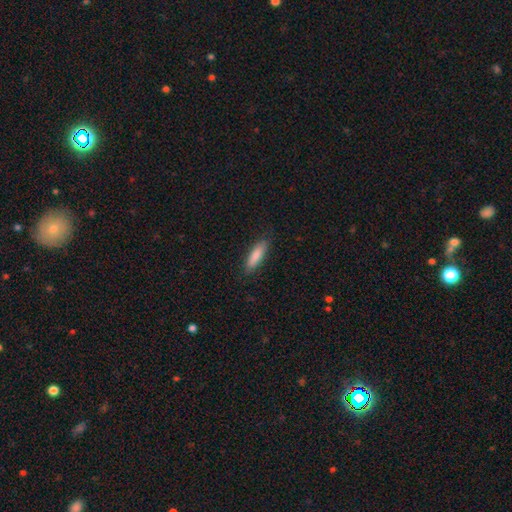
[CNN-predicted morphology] This appears to be a smooth galaxy with no disk features (84%) that is cigar-shaped (64%). Merging: none (86%).